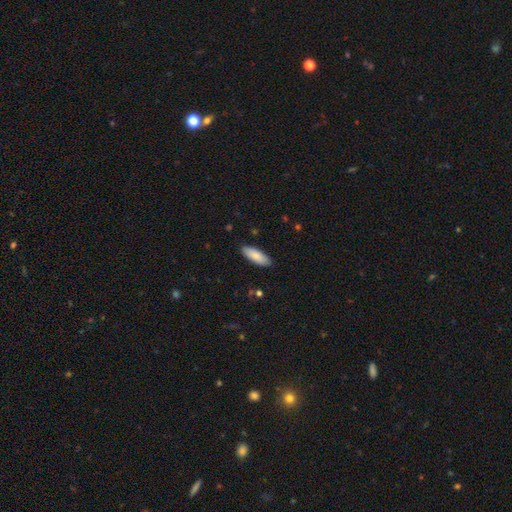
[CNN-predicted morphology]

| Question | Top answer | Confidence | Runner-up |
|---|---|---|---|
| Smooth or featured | smooth | 85% | featured or disk (9%) |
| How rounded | in between | 68% | cigar-shaped (30%) |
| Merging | none | 88% | minor disturbance (9%) |